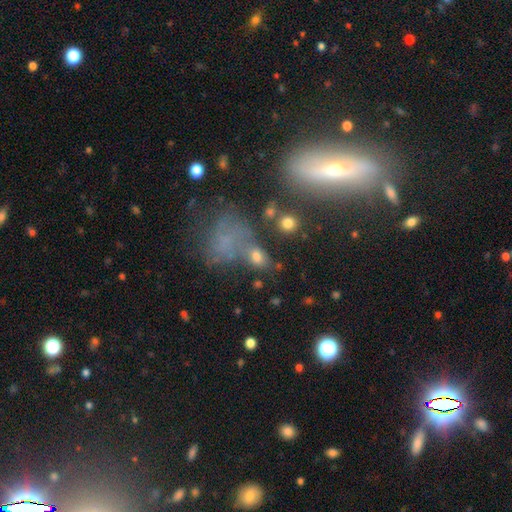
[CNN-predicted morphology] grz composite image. It shows a smooth galaxy with no disk features (52%) that is in between round and cigar-shaped (53%). Merging: none (49%).